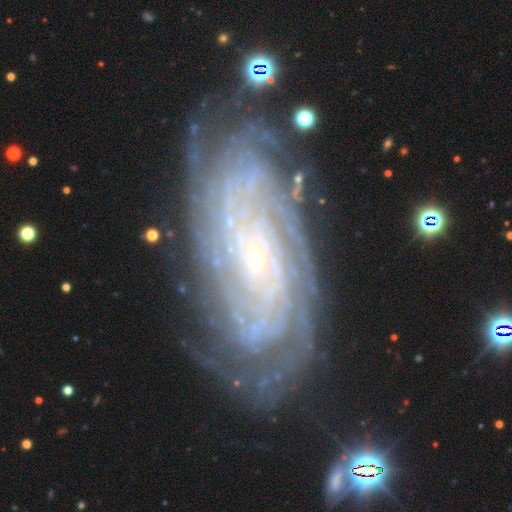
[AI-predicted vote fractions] This appears to be a featured or disk galaxy (90%) with no bar (67%), more than 4 (25%) tight (83%) spiral arms (98%) and a small central bulge (87%). Merging: none (78%).